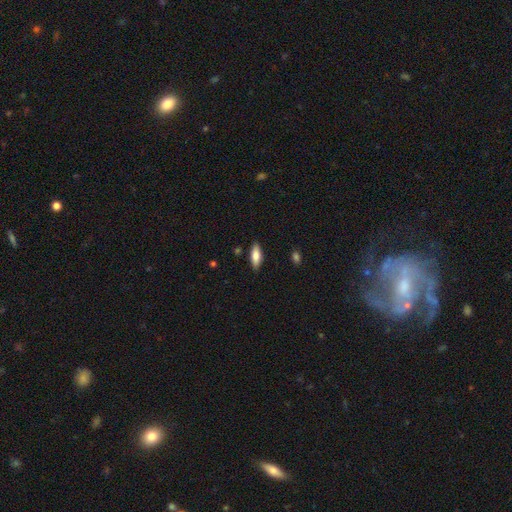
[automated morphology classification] Overall: smooth (77%). How rounded: in between (65%; cigar-shaped 33%). Merging: none (87%).